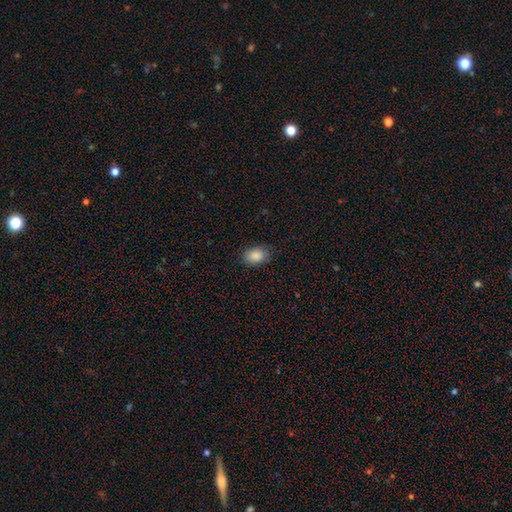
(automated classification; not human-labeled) A smooth galaxy with no disk features (88%) that is in between round and cigar-shaped (81%). Merging: none (81%).